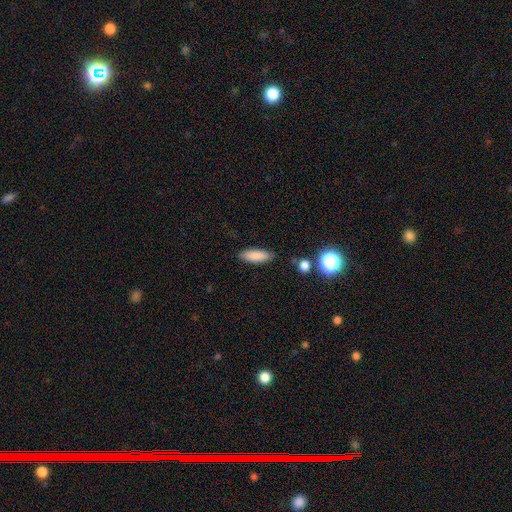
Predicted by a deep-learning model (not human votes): The model was most divided on "how rounded": in between: 57%, cigar-shaped: 41%, round: 2%. More confident: smooth or featured — smooth (85%); merging — none (83%).